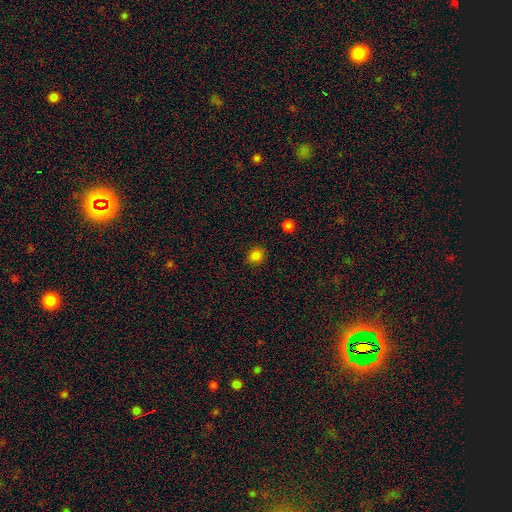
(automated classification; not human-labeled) A smooth galaxy with no disk features (83%) that is round (80%). Merging: none (90%).